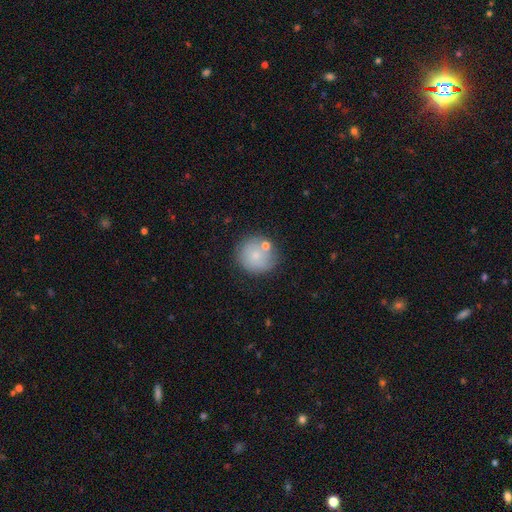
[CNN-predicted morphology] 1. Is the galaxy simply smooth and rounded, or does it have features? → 74% smooth, 17% featured or disk, 9% star or artifact.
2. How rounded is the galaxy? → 91% round, 8% in between, 1% cigar-shaped.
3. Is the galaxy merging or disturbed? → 70% none, 15% minor disturbance, 11% merger, 5% major disturbance.